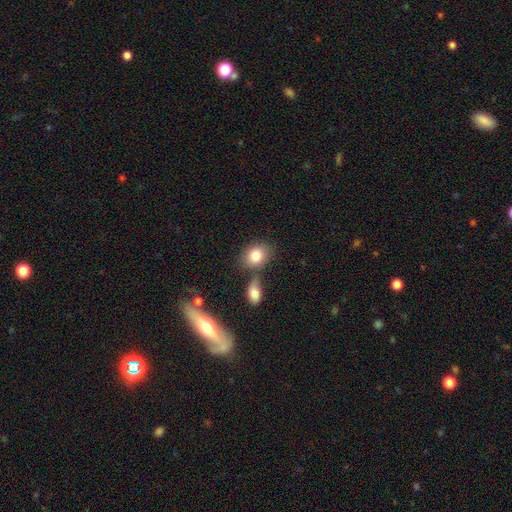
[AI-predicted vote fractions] Overall: smooth (83%). How rounded: in between (54%; round 44%). Merging: none (57%; merger 24%).